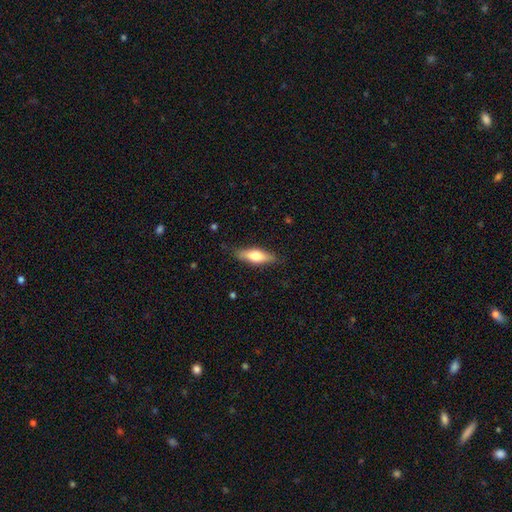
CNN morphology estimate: A smooth galaxy with no disk features (60%) that is in between round and cigar-shaped (50%).

Vote fractions:
- Smooth or featured? smooth: 60% / featured or disk: 34% / star or artifact: 6%
- How rounded? in between: 50% / cigar-shaped: 47% / round: 2%
- Merging? none: 84% / minor disturbance: 13% / major disturbance: 3% / merger: 1%